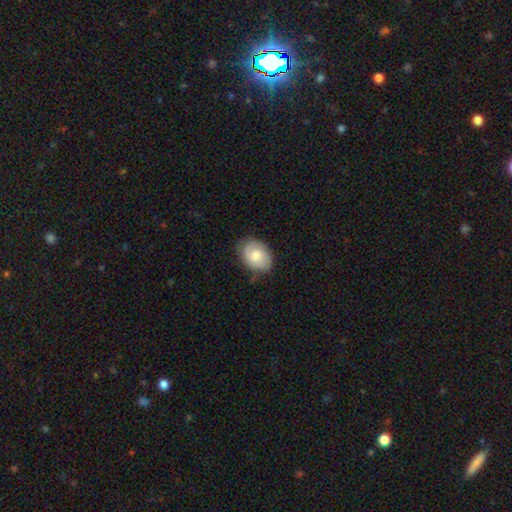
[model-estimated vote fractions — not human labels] smooth-or-featured: smooth: 72% | featured or disk: 21% | star or artifact: 6%
  how-rounded: in between: 74% | round: 25% | cigar-shaped: 1%
  merging: none: 77% | minor disturbance: 18% | major disturbance: 4% | merger: 1%